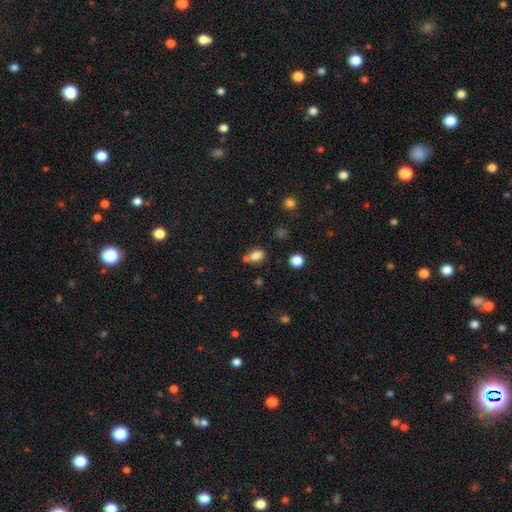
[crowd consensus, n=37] This appears to be a smooth galaxy with no disk features (81%) that is in between round and cigar-shaped (83%). Merging: none (63%).